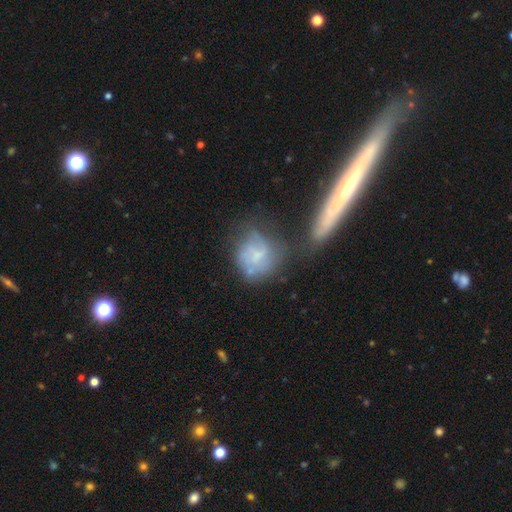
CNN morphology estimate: A featured or disk galaxy (48%).

Vote fractions:
- Smooth or featured? featured or disk: 48% / smooth: 42% / star or artifact: 10%
- Merging? none: 33% / merger: 28% / major disturbance: 19% / minor disturbance: 19%